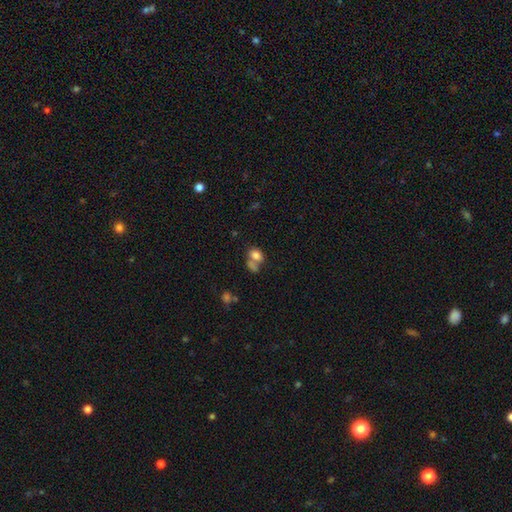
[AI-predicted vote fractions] Q: Smooth or featured?
A: smooth (78%); runner-up: featured or disk (11%)
Q: How rounded?
A: in between (71%); runner-up: round (28%)
Q: Merging?
A: merger (49%); runner-up: none (31%)